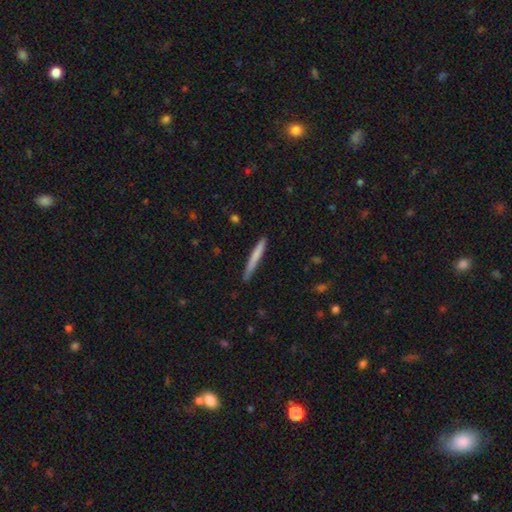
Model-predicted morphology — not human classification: A smooth galaxy with no disk features (70%) that is cigar-shaped (96%).

Vote fractions:
- Smooth or featured? smooth: 70% / featured or disk: 25% / star or artifact: 6%
- How rounded? cigar-shaped: 96% / in between: 2% / round: 1%
- Merging? none: 83% / minor disturbance: 13% / major disturbance: 2% / merger: 1%